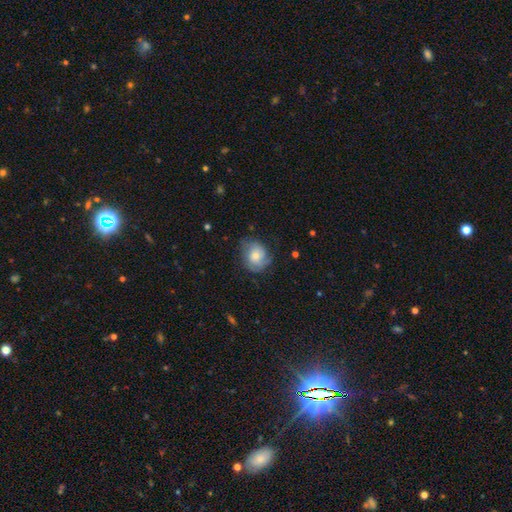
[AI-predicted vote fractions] smooth 52%, featured or disk 41%, star or artifact 8%. Down the decision tree: how rounded — round (60%); merging — none (59%).